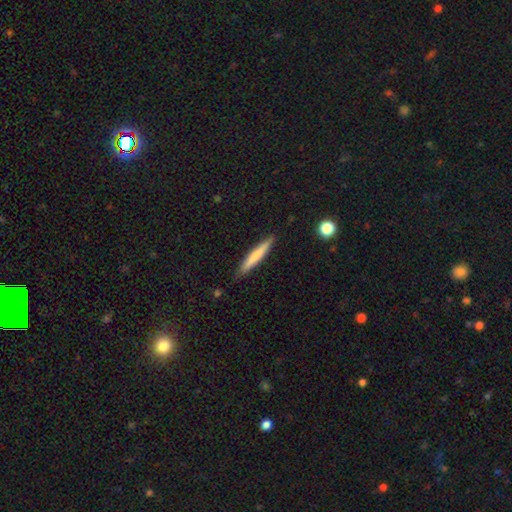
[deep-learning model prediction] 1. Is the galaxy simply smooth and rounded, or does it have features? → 69% smooth, 26% featured or disk, 5% star or artifact.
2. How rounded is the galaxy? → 95% cigar-shaped, 4% in between, 1% round.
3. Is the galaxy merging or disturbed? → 88% none, 9% minor disturbance, 2% major disturbance, 1% merger.